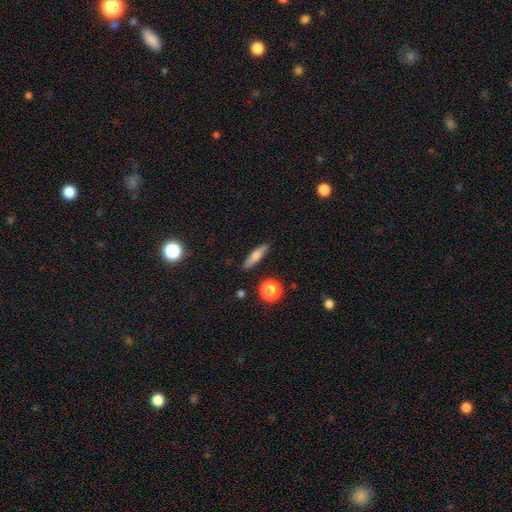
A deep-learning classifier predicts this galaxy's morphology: smooth-or-featured: smooth: 65% | featured or disk: 26% | star or artifact: 8%
  how-rounded: cigar-shaped: 76% | in between: 19% | round: 5%
  merging: none: 87% | minor disturbance: 9% | major disturbance: 2% | merger: 2%